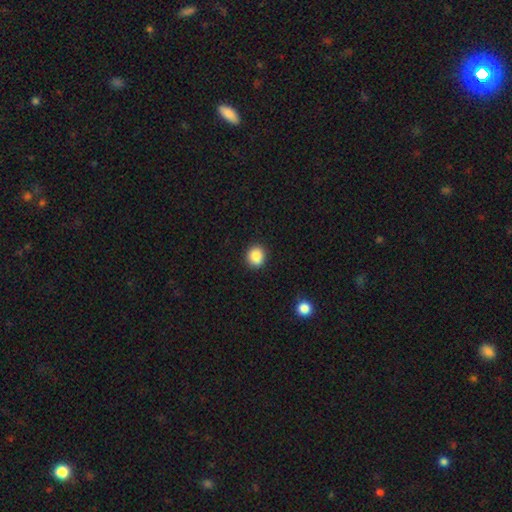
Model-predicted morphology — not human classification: Smooth or featured?
  - smooth: 86% *
  - star or artifact: 9%
  - featured or disk: 4%
How rounded?
  - round: 80% *
  - in between: 19%
  - cigar-shaped: 1%
Merging?
  - none: 88% *
  - minor disturbance: 8%
  - major disturbance: 2%
  - merger: 1%